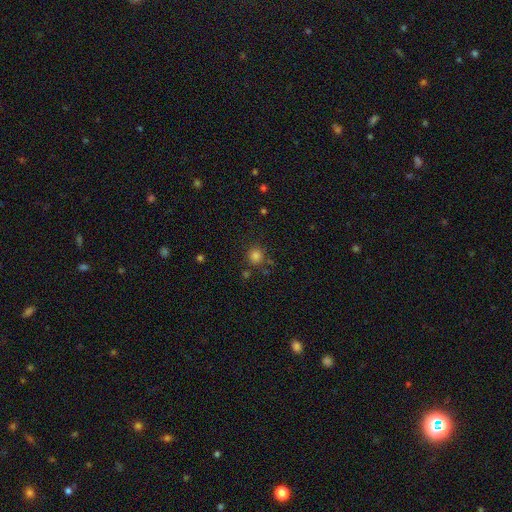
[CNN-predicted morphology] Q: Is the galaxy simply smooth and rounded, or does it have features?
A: smooth — 81%.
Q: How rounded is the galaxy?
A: round — 92%.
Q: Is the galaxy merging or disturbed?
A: none — 80%.